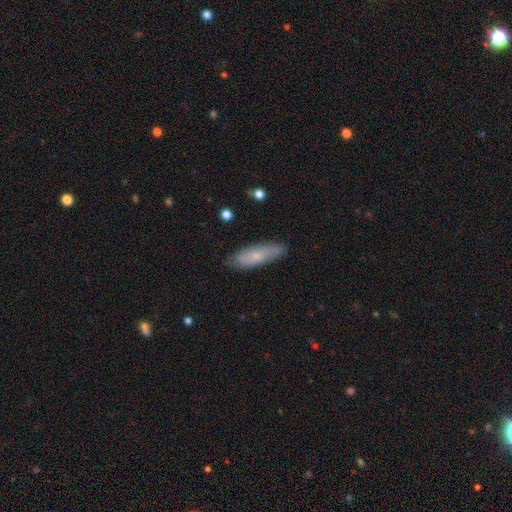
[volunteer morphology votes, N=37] This is likely a smooth galaxy (78%). How rounded: likely cigar-shaped (62%). Merging: likely none (76%).